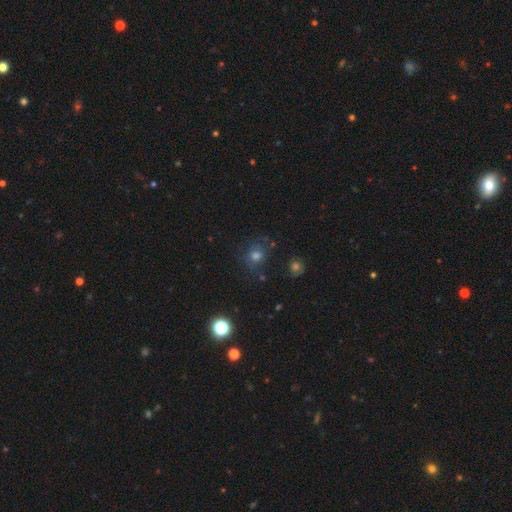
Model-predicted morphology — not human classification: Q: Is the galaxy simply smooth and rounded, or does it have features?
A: smooth — 61%.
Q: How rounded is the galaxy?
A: round — 80%.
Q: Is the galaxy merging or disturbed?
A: none — 73%.